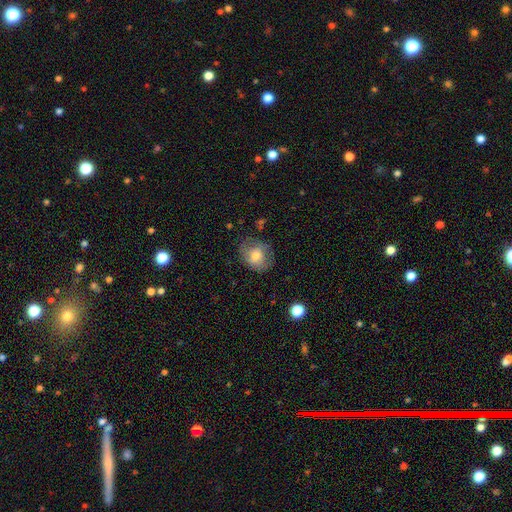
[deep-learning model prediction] Smooth or featured? Predicted: smooth (p=0.66). How rounded? Predicted: round (p=0.56). Merging? Predicted: none (p=0.62).